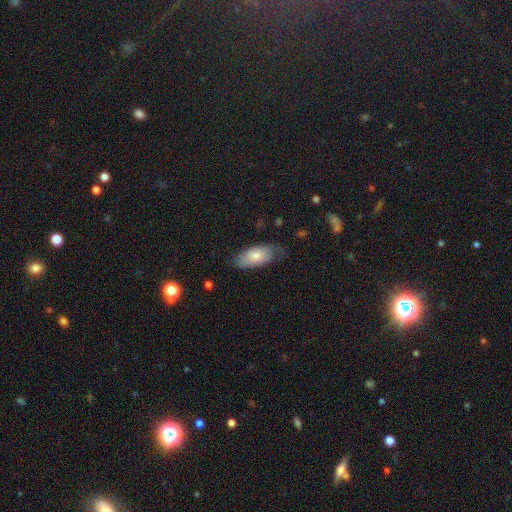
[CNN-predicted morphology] A smooth galaxy with no disk features (76%) that is in between round and cigar-shaped (90%).

Vote fractions:
- Smooth or featured? smooth: 76% / featured or disk: 18% / star or artifact: 6%
- How rounded? in between: 90% / cigar-shaped: 7% / round: 2%
- Merging? none: 61% / minor disturbance: 29% / major disturbance: 9% / merger: 1%